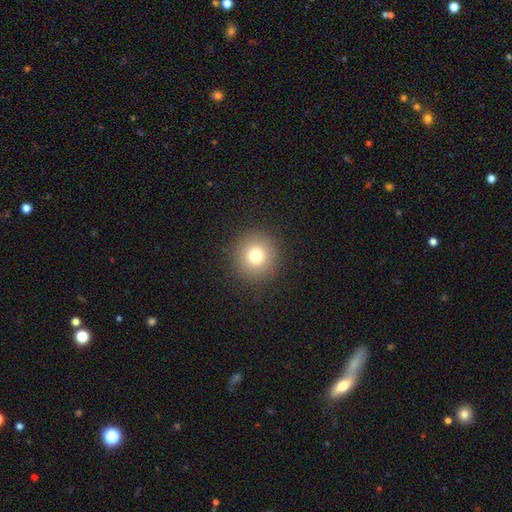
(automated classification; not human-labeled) This appears to be a smooth galaxy with no disk features (76%) that is round (94%). Merging: none (91%).